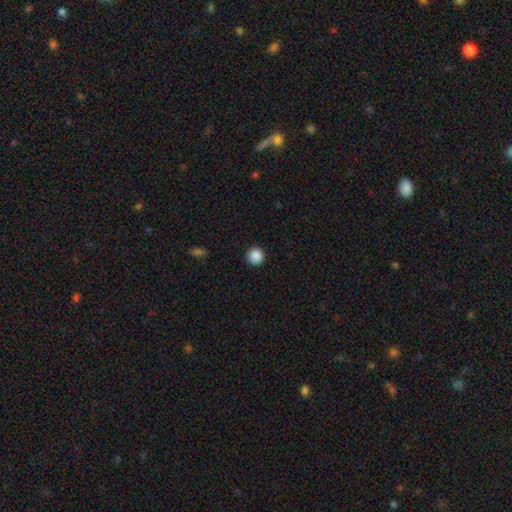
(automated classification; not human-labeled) Q: Smooth or featured?
A: smooth (88%); runner-up: star or artifact (9%)
Q: How rounded?
A: round (95%); runner-up: in between (4%)
Q: Merging?
A: none (93%); runner-up: minor disturbance (5%)